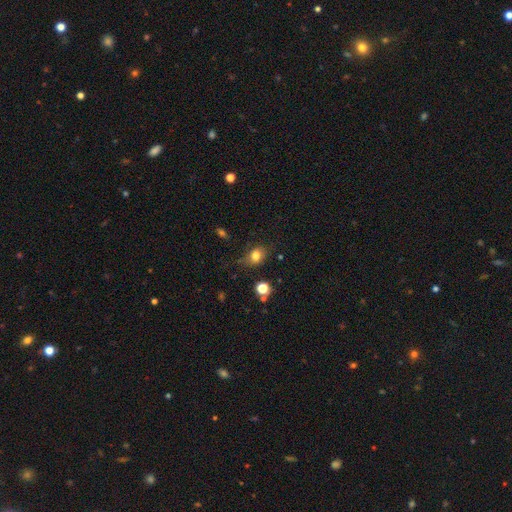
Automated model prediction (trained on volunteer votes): Smooth or featured? smooth (77%)
How rounded? in between (57%)
Merging? none (69%)